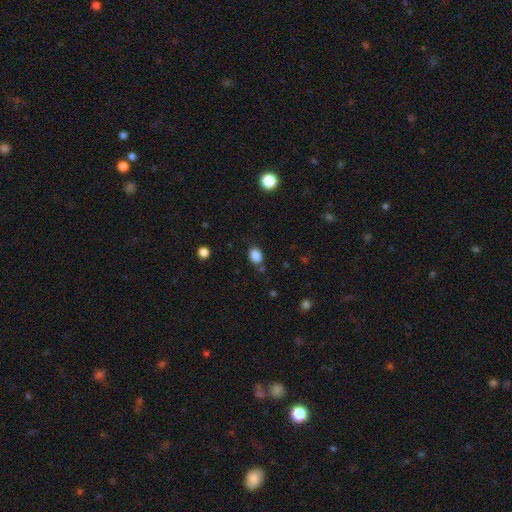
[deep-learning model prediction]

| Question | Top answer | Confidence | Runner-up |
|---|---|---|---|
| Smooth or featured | smooth | 85% | star or artifact (10%) |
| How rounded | in between | 69% | round (30%) |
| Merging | none | 78% | minor disturbance (14%) |